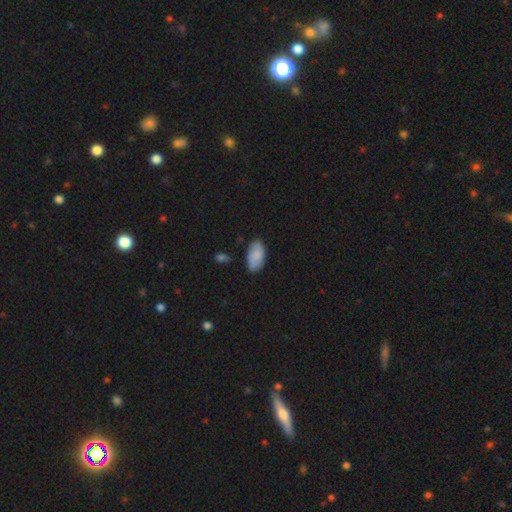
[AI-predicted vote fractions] Overall: smooth (83%). How rounded: in between (95%). Merging: none (81%).